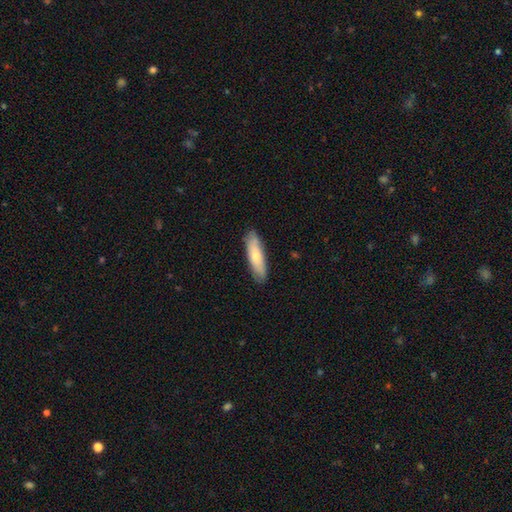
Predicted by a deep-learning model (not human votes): Smooth or featured: smooth — 71% (featured or disk — 24%)
How rounded: cigar-shaped — 62% (in between — 36%)
Merging: none — 84% (minor disturbance — 13%)